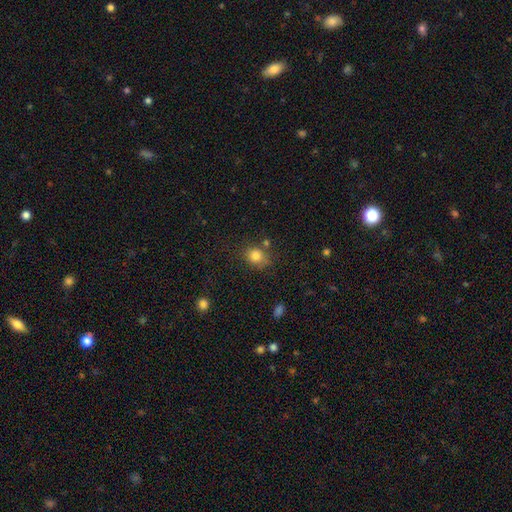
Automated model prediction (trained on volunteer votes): This appears to be a smooth galaxy with no disk features (81%) that is round (62%). Merging: none (68%).